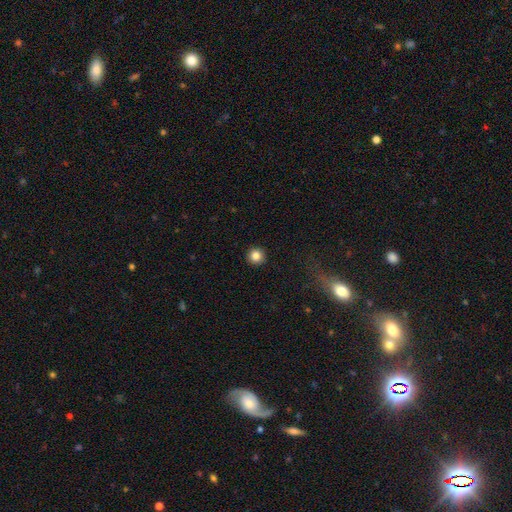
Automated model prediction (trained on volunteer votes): Q: Smooth or featured?
A: smooth (84%); runner-up: star or artifact (11%)
Q: How rounded?
A: round (95%); runner-up: in between (4%)
Q: Merging?
A: none (93%); runner-up: minor disturbance (5%)